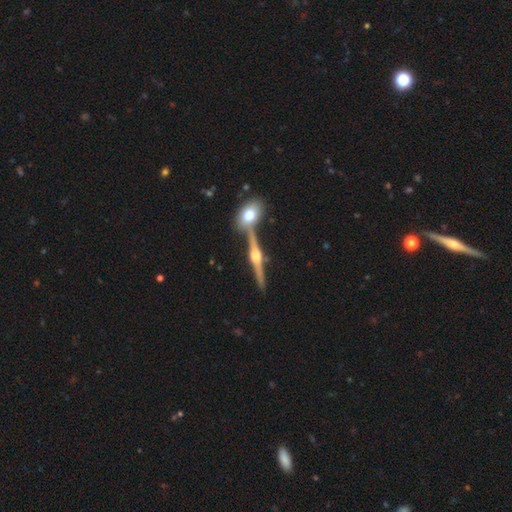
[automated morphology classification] The model was most divided on "merging": none: 76%, merger: 15%, minor disturbance: 7%, major disturbance: 2%. More confident: edge-on disk — yes (98%); edge-on bulge — rounded (94%); smooth or featured — featured or disk (85%).